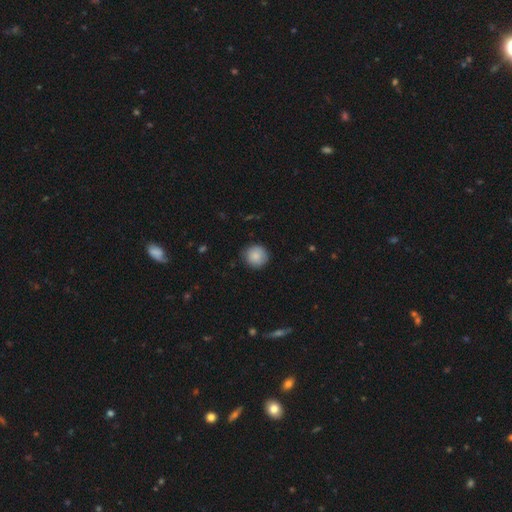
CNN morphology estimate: Smooth or featured? Predicted: smooth (p=0.87). How rounded? Predicted: round (p=0.94). Merging? Predicted: none (p=0.86).